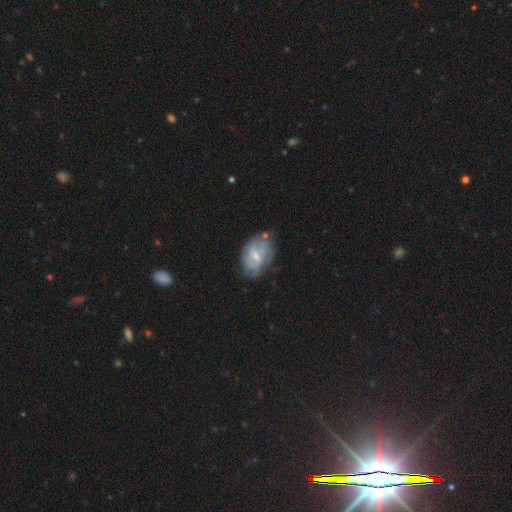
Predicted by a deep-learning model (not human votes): Smooth or featured? Predicted: featured or disk (p=0.71). Edge-on disk? Predicted: no (p=0.97). Bar? Predicted: weak (p=0.53). Spiral arms? Predicted: yes (p=0.84). Spiral winding? Predicted: tight (p=0.46). Spiral arm count? Predicted: can't tell (p=0.42). Bulge size? Predicted: small (p=0.58). Merging? Predicted: none (p=0.63).